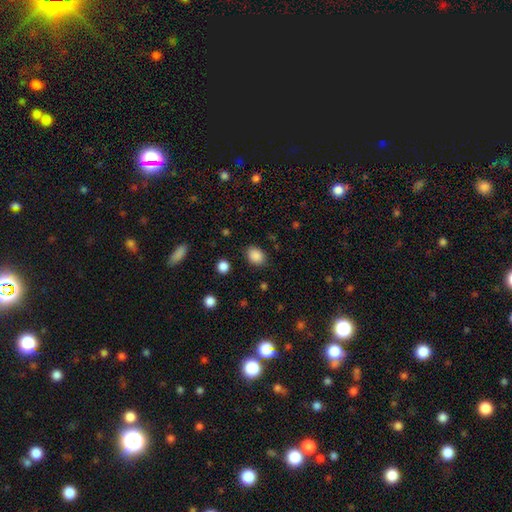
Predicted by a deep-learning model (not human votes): A smooth galaxy with no disk features (88%) that is in between round and cigar-shaped (61%). Merging: none (84%).